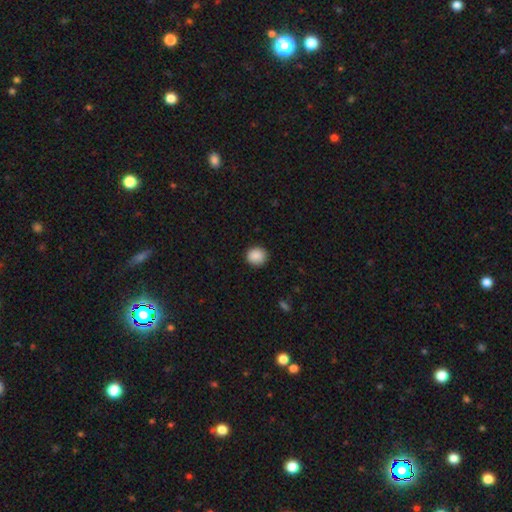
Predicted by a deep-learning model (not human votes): Q: Smooth or featured?
A: smooth (89%); runner-up: star or artifact (8%)
Q: How rounded?
A: round (88%); runner-up: in between (11%)
Q: Merging?
A: none (88%); runner-up: minor disturbance (9%)